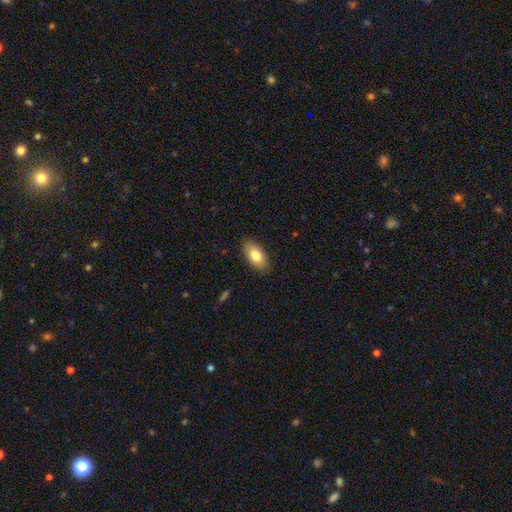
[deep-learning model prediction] This appears to be a smooth galaxy with no disk features (78%) that is in between round and cigar-shaped (92%). Merging: none (86%).